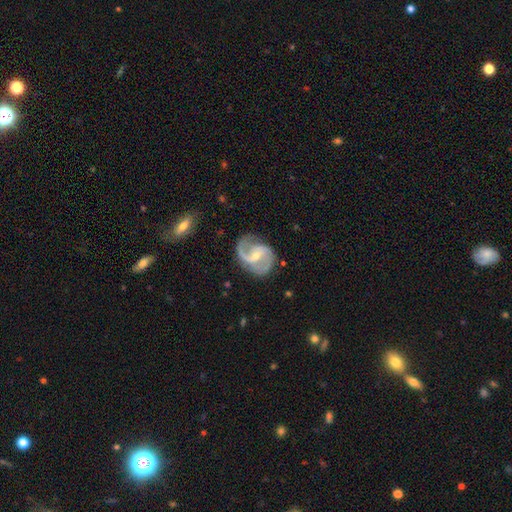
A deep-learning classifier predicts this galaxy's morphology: Q: Smooth or featured?
A: featured or disk (89%); runner-up: smooth (7%)
Q: Edge-on disk?
A: no (98%); runner-up: yes (2%)
Q: Bar?
A: weak (51%); runner-up: no (27%)
Q: Spiral arms?
A: yes (97%); runner-up: no (3%)
Q: Spiral winding?
A: medium (53%); runner-up: loose (33%)
Q: Spiral arm count?
A: 2 (85%); runner-up: 1 (6%)
Q: Bulge size?
A: small (59%); runner-up: moderate (37%)
Q: Merging?
A: none (67%); runner-up: minor disturbance (20%)